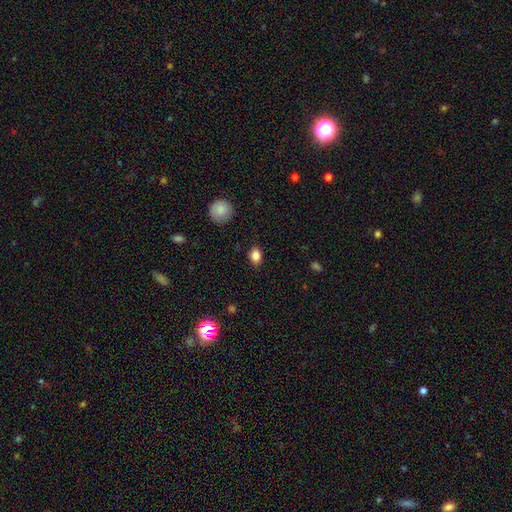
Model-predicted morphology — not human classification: smooth-or-featured: smooth: 85% | star or artifact: 10% | featured or disk: 5%
  how-rounded: in between: 70% | round: 29% | cigar-shaped: 1%
  merging: none: 87% | minor disturbance: 9% | major disturbance: 3% | merger: 1%